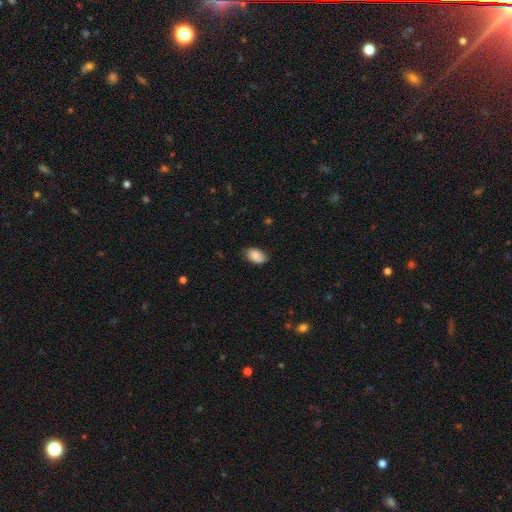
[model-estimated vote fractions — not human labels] Smooth or featured? smooth (82%)
How rounded? in between (91%)
Merging? none (75%)